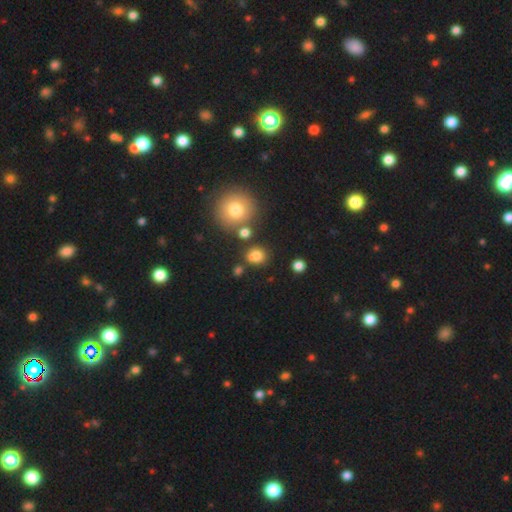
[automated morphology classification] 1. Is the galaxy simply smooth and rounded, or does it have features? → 78% smooth, 15% star or artifact, 6% featured or disk.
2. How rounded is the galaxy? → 70% round, 28% in between, 1% cigar-shaped.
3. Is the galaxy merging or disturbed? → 70% none, 13% minor disturbance, 12% merger, 5% major disturbance.